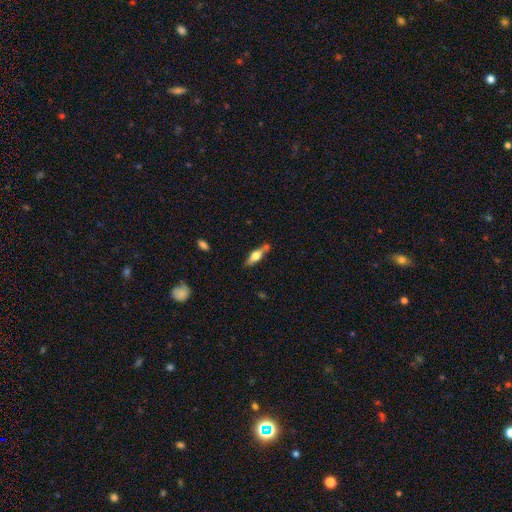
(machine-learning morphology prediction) Overall: smooth (48%; featured or disk 45%). Merging: none (65%).